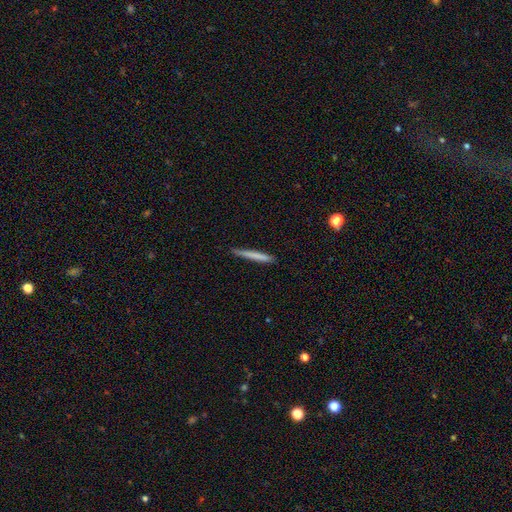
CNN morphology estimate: smooth_or_featured: smooth (p=0.71) [alt: featured or disk p=0.23]
how_rounded: cigar-shaped (p=0.97) [alt: in between p=0.02]
merging: none (p=0.85) [alt: minor disturbance p=0.11]